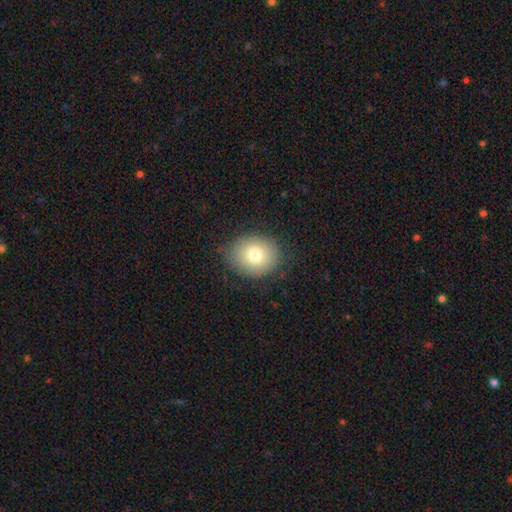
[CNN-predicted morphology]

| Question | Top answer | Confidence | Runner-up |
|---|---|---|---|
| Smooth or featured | smooth | 76% | featured or disk (14%) |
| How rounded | round | 63% | in between (36%) |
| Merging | none | 81% | minor disturbance (14%) |